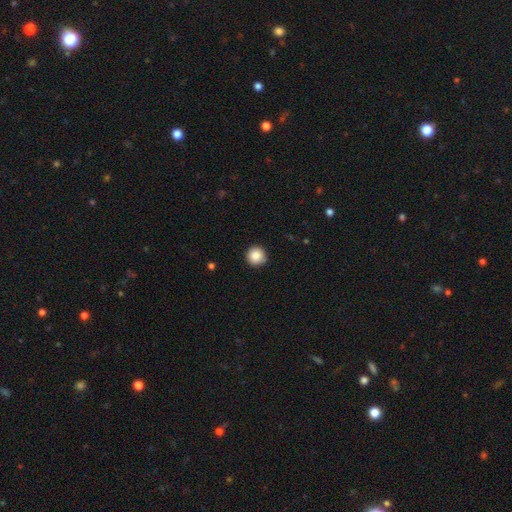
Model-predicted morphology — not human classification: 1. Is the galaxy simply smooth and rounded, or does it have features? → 87% smooth, 9% star or artifact, 4% featured or disk.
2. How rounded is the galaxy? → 96% round, 3% in between, 1% cigar-shaped.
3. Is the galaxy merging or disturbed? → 90% none, 7% minor disturbance, 2% major disturbance, 1% merger.